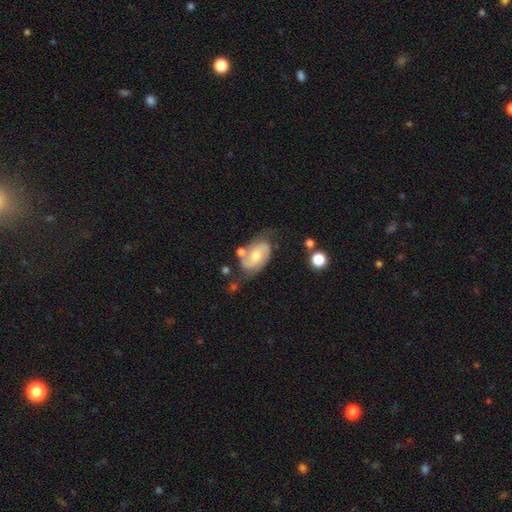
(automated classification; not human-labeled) Q: Smooth or featured?
A: featured or disk (73%); runner-up: smooth (21%)
Q: Edge-on disk?
A: no (96%); runner-up: yes (4%)
Q: Bar?
A: no (53%); runner-up: weak (38%)
Q: Spiral arms?
A: yes (91%); runner-up: no (9%)
Q: Spiral winding?
A: medium (49%); runner-up: tight (26%)
Q: Spiral arm count?
A: 2 (86%); runner-up: can't tell (8%)
Q: Bulge size?
A: moderate (63%); runner-up: small (29%)
Q: Merging?
A: none (53%); runner-up: minor disturbance (25%)